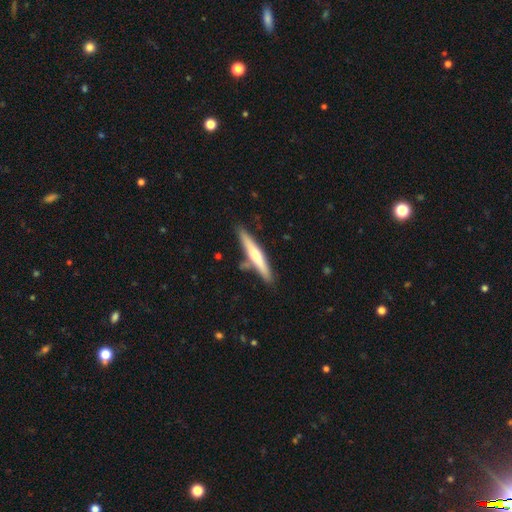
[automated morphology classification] smooth_or_featured: smooth (p=0.50) [alt: featured or disk p=0.45]
merging: none (p=0.80) [alt: minor disturbance p=0.11]